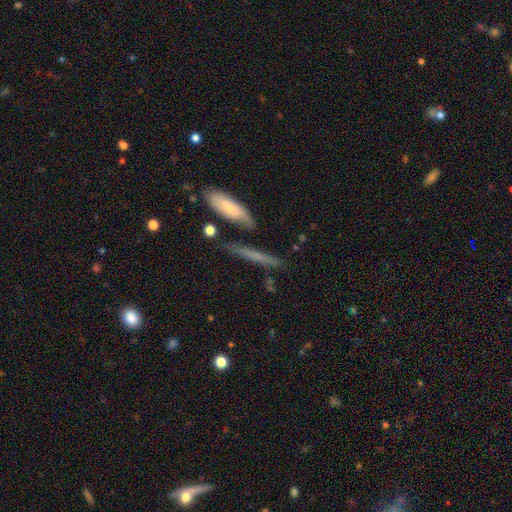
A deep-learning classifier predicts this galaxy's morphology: smooth_or_featured: smooth (p=0.45) [alt: featured or disk p=0.43]
merging: none (p=0.70) [alt: minor disturbance p=0.14]